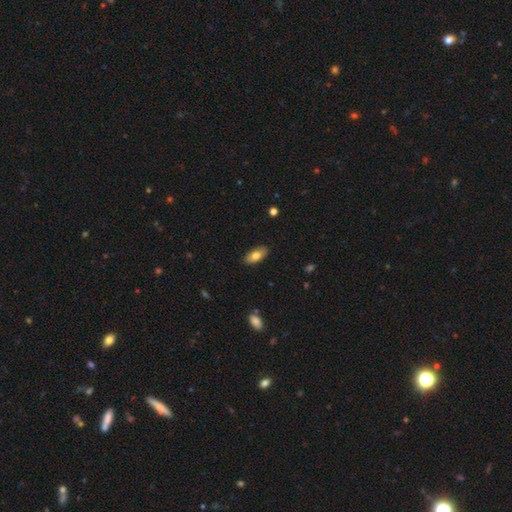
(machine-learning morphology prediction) This is likely a smooth galaxy (76%). How rounded: clearly in between (89%). Merging: clearly none (88%).